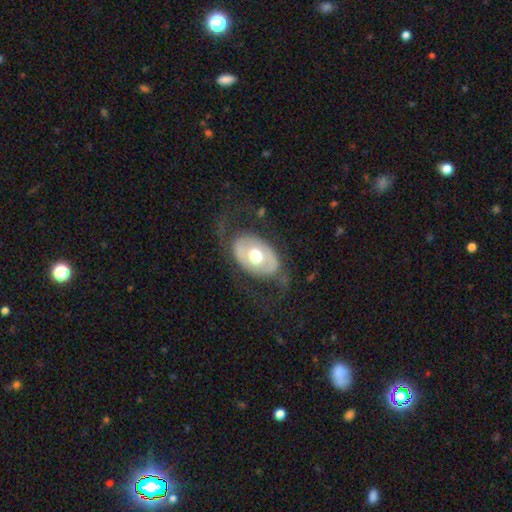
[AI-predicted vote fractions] Morphology: type=featured or disk (59%); edge-on=no (91%); bar=no (78%); spiral arms=no (69%); bulge=moderate (65%); merging=none (65%).